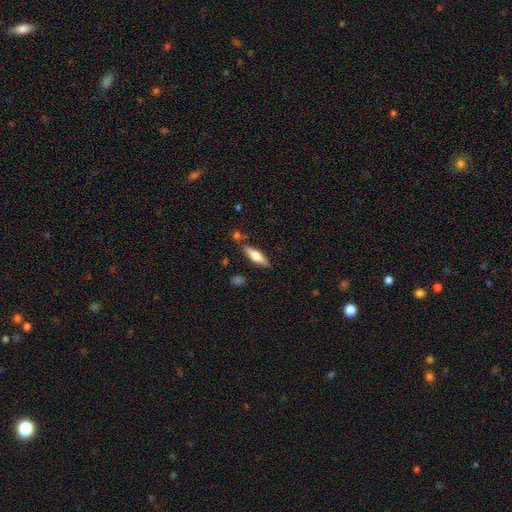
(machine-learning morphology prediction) Smooth or featured: smooth — 54% (featured or disk — 40%)
How rounded: cigar-shaped — 59% (in between — 39%)
Merging: none — 80% (minor disturbance — 12%)